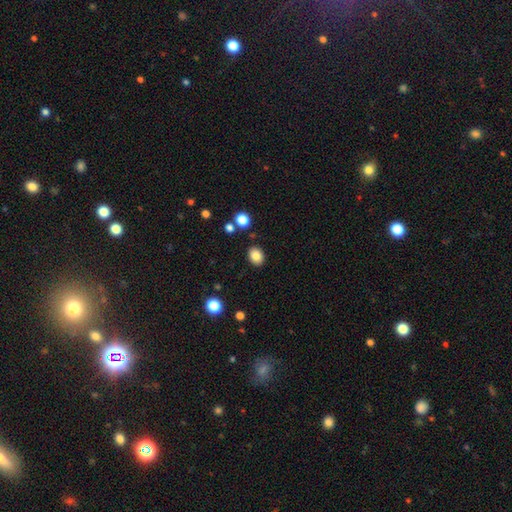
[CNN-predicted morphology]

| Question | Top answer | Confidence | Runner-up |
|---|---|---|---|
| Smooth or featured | smooth | 85% | star or artifact (10%) |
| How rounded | in between | 55% | round (44%) |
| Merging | none | 87% | minor disturbance (8%) |